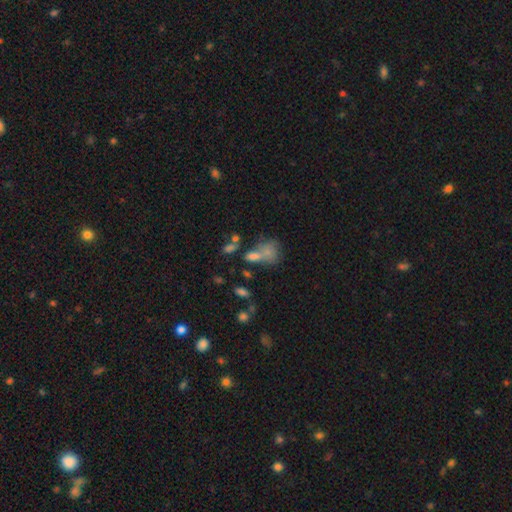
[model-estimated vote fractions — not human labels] Smooth or featured?
  - smooth: 55% *
  - star or artifact: 24%
  - featured or disk: 20%
How rounded?
  - in between: 55% *
  - round: 39%
  - cigar-shaped: 5%
Merging?
  - none: 38% *
  - merger: 33%
  - minor disturbance: 15%
  - major disturbance: 15%